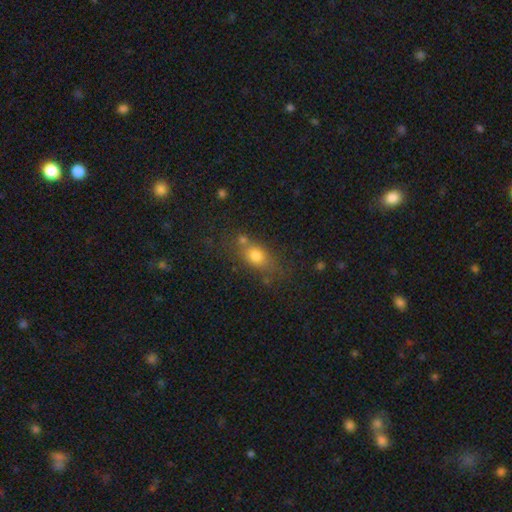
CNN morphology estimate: A smooth galaxy with no disk features (74%) that is in between round and cigar-shaped (62%). Merging: none (61%).